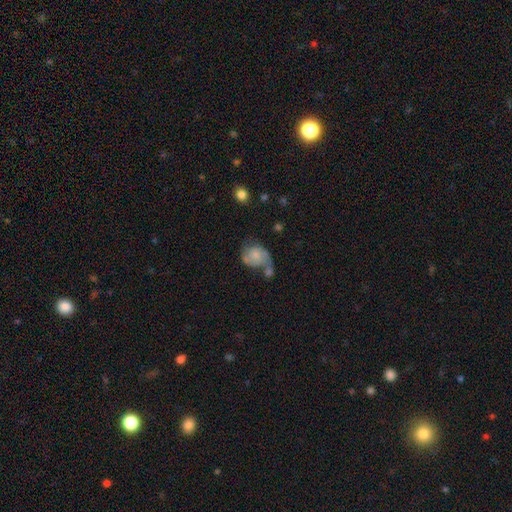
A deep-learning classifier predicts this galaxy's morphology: type=featured or disk (48%); merging=merger (29%).